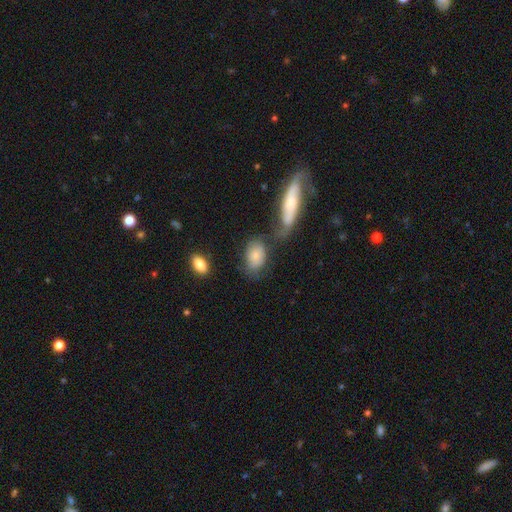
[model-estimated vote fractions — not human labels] Smooth or featured: smooth — 75% (featured or disk — 18%)
How rounded: in between — 85% (round — 13%)
Merging: none — 48% (merger — 23%)